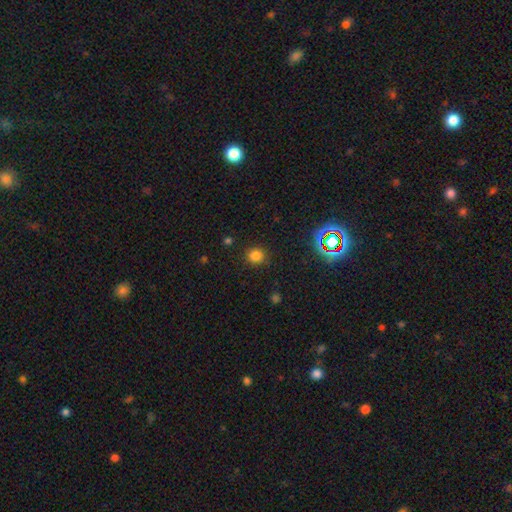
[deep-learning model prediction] Smooth or featured? Predicted: smooth (p=0.78). How rounded? Predicted: round (p=0.86). Merging? Predicted: none (p=0.87).